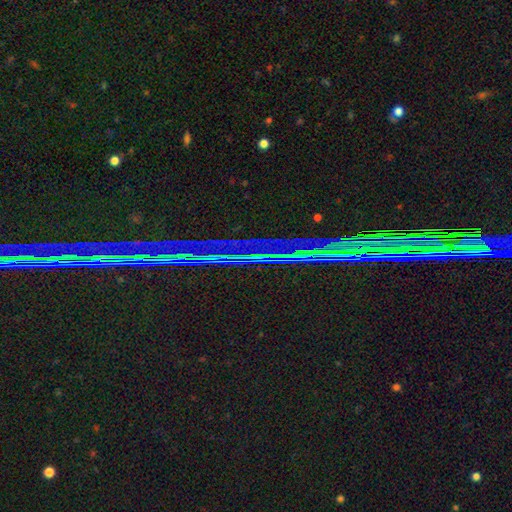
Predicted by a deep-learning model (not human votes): A star or artifact, not a galaxy (84%).